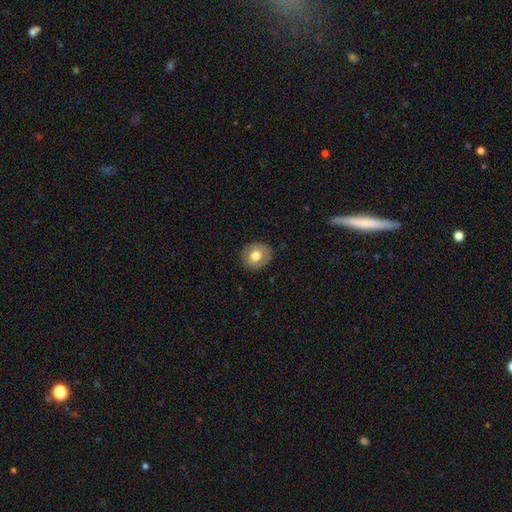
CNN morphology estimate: This is likely a smooth galaxy (70%). How rounded: likely round (78%). Merging: clearly none (87%).